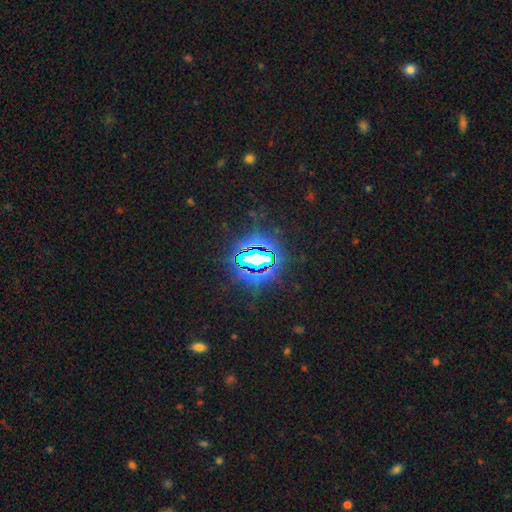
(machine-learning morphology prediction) A star or artifact, not a galaxy (79%).

Vote fractions:
- Smooth or featured? star or artifact: 79% / smooth: 11% / featured or disk: 10%